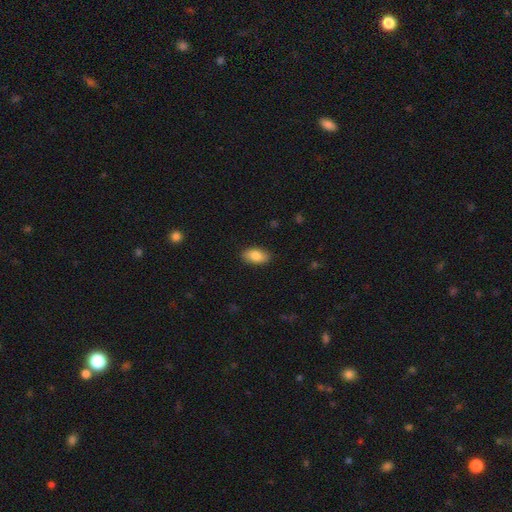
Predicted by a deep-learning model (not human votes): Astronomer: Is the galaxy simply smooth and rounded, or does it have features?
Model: smooth — 84%.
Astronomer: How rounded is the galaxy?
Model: in between — 92%.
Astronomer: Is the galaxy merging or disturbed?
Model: none — 87%.